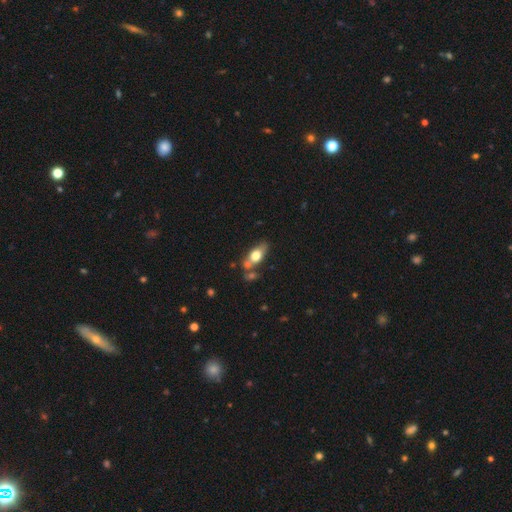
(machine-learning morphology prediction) Overall: smooth (64%; featured or disk 28%). How rounded: in between (76%). Merging: none (53%; merger 24%).